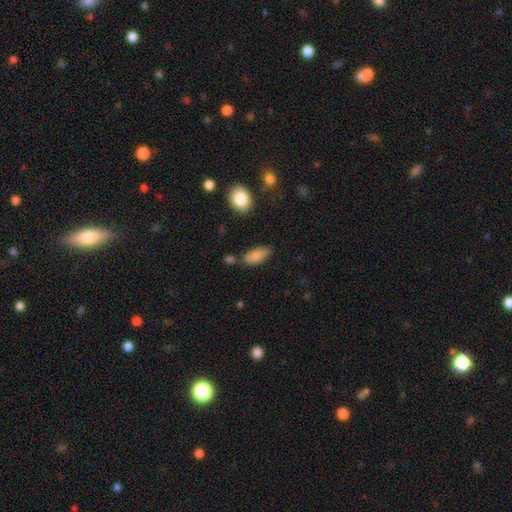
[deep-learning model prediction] smooth-or-featured: smooth: 84% | featured or disk: 8% | star or artifact: 7%
  how-rounded: in between: 86% | cigar-shaped: 11% | round: 3%
  merging: none: 69% | minor disturbance: 21% | merger: 6% | major disturbance: 4%